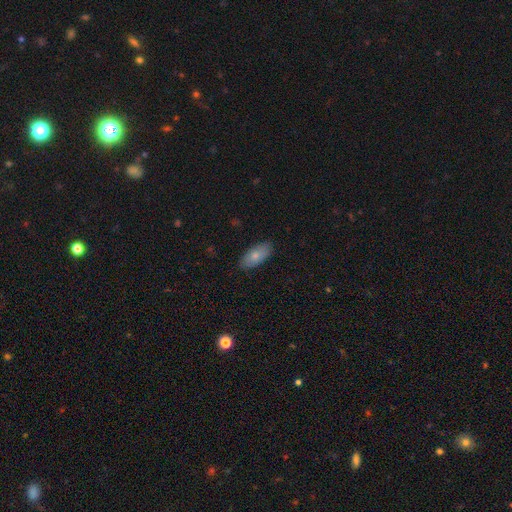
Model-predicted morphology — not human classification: Smooth or featured? smooth (74%)
How rounded? in between (90%)
Merging? none (86%)